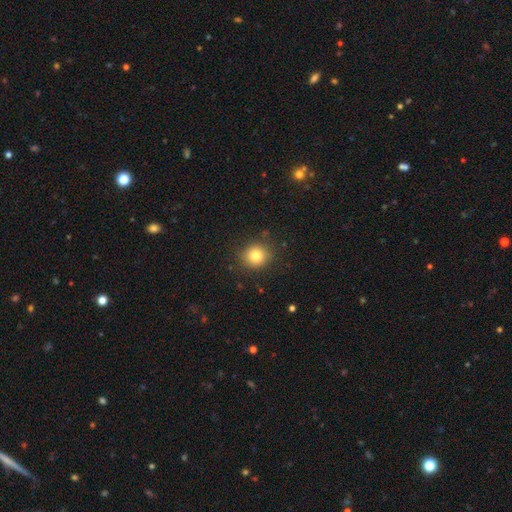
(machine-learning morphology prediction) This appears to be a smooth galaxy with no disk features (83%) that is round (84%). Merging: none (86%).